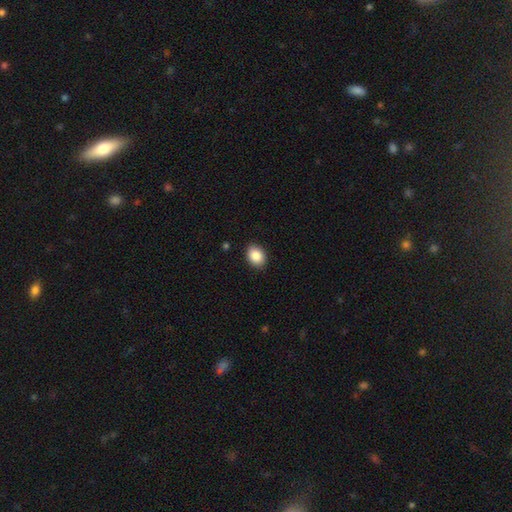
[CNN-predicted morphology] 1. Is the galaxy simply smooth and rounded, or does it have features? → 88% smooth, 7% star or artifact, 4% featured or disk.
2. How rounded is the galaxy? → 71% in between, 28% round, 1% cigar-shaped.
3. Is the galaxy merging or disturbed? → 89% none, 8% minor disturbance, 2% major disturbance, 1% merger.